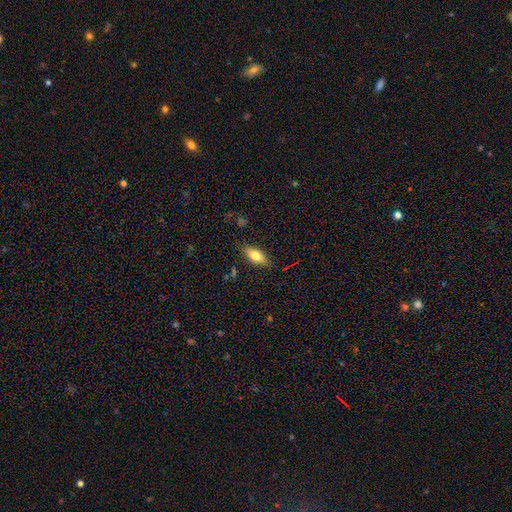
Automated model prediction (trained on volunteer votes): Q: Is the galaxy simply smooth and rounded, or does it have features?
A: smooth — 73%.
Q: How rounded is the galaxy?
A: in between — 80%.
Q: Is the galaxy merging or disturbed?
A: none — 84%.